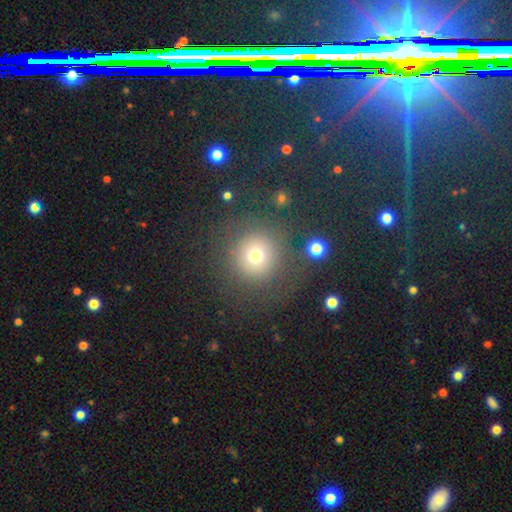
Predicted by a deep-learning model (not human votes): Overall: smooth (71%). How rounded: round (94%). Merging: none (80%).